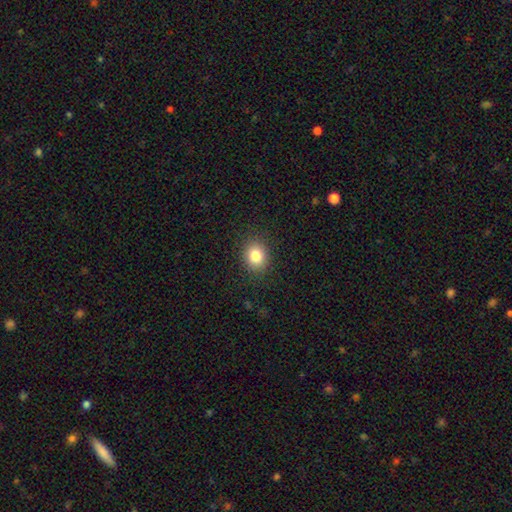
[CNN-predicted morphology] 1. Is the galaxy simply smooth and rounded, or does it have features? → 83% smooth, 11% star or artifact, 7% featured or disk.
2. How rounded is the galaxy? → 61% round, 38% in between, 1% cigar-shaped.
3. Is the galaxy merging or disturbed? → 88% none, 8% minor disturbance, 3% major disturbance, 1% merger.